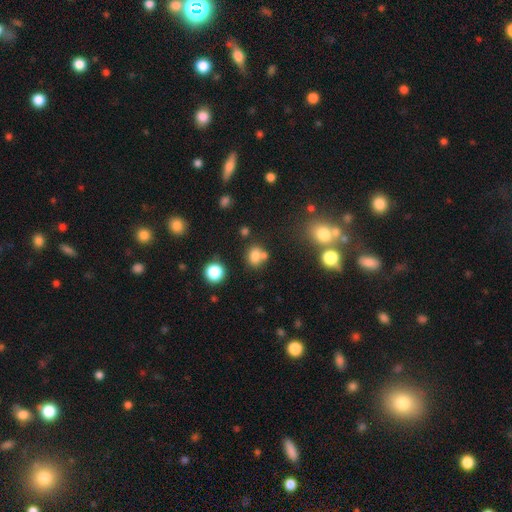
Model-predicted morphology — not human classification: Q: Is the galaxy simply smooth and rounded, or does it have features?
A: smooth — 76%.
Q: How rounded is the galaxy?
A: round — 56%.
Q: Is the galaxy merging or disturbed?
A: none — 54%.